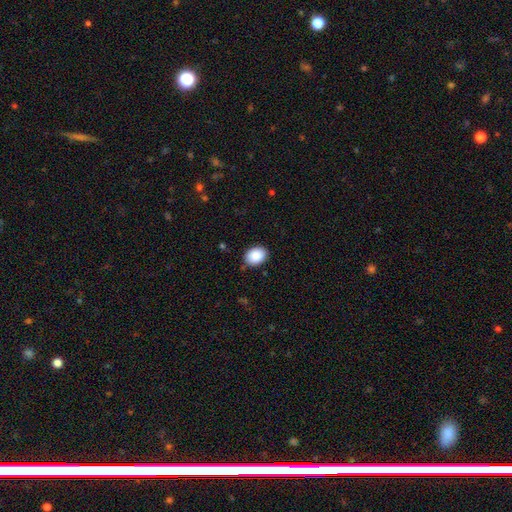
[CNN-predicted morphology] This appears to be a smooth galaxy with no disk features (89%) that is in between round and cigar-shaped (61%). Merging: none (86%).